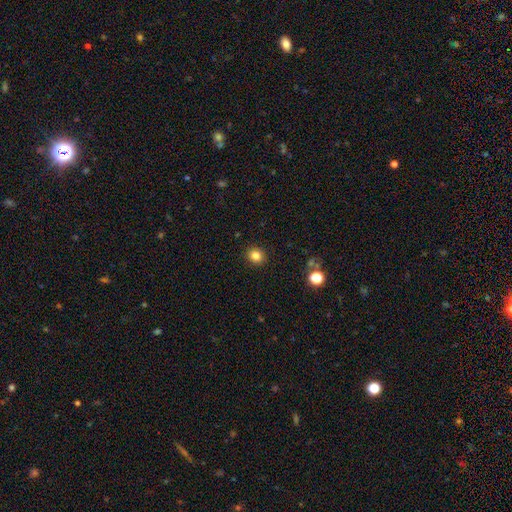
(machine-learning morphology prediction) This is clearly a smooth galaxy (83%). How rounded: clearly round (82%). Merging: clearly none (91%).